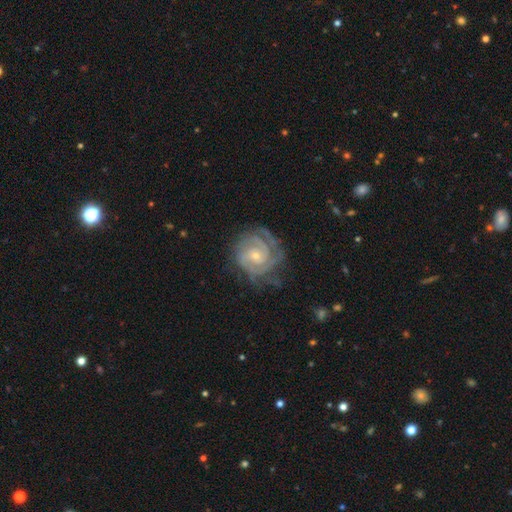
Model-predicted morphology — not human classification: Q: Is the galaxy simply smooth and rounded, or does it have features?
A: featured or disk — 90%.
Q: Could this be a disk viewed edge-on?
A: no — 98%.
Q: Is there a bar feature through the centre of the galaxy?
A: no — 63%.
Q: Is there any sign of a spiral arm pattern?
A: yes — 98%.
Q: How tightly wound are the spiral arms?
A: tight — 76%.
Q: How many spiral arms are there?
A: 3 — 31%.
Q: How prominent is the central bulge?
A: small — 68%.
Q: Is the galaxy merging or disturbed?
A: none — 73%.